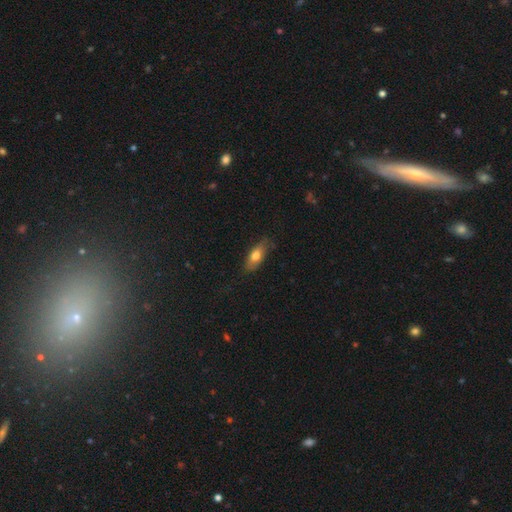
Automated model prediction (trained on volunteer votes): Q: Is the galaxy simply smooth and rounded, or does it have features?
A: smooth — 69%.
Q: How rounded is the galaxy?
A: in between — 76%.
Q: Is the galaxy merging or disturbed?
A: none — 76%.